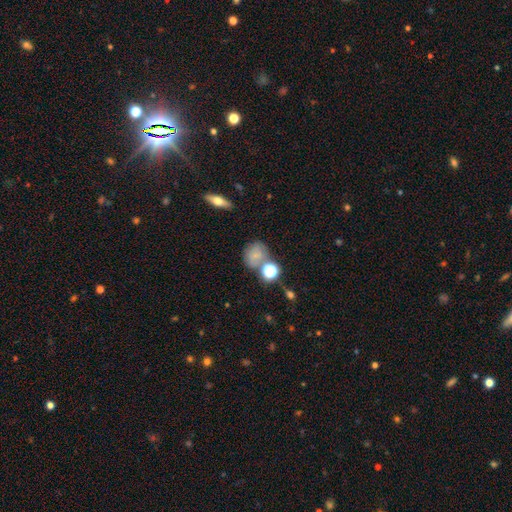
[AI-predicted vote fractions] A smooth galaxy with no disk features (67%) that is round (62%).

Vote fractions:
- Smooth or featured? smooth: 67% / featured or disk: 18% / star or artifact: 15%
- How rounded? round: 62% / in between: 37% / cigar-shaped: 2%
- Merging? none: 51% / merger: 24% / minor disturbance: 18% / major disturbance: 8%